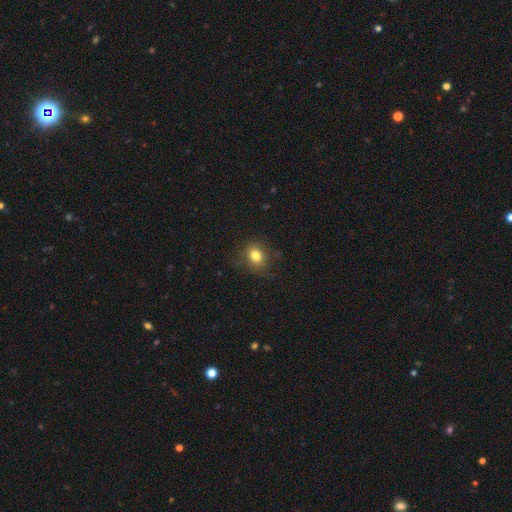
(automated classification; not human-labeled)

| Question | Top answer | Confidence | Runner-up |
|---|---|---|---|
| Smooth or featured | smooth | 80% | star or artifact (12%) |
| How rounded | round | 55% | in between (44%) |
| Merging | none | 80% | minor disturbance (14%) |